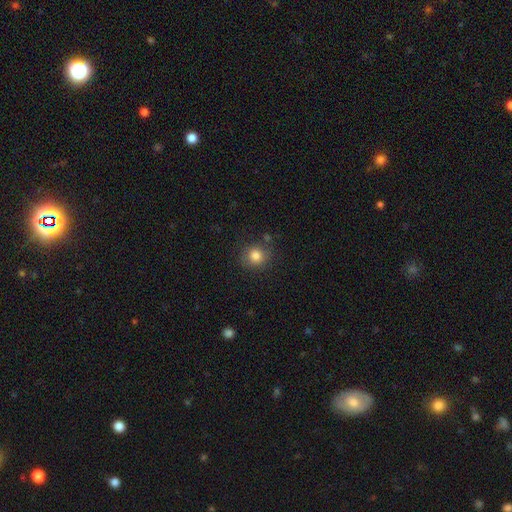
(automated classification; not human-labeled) The model was most divided on "merging": none: 82%, minor disturbance: 11%, merger: 4%, major disturbance: 3%. More confident: how rounded — round (88%); smooth or featured — smooth (83%).